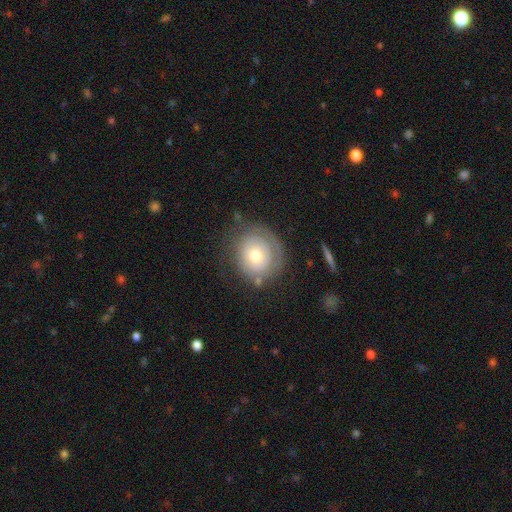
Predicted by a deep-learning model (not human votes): Overall: smooth (51%; featured or disk 41%). How rounded: round (82%). Merging: none (67%).